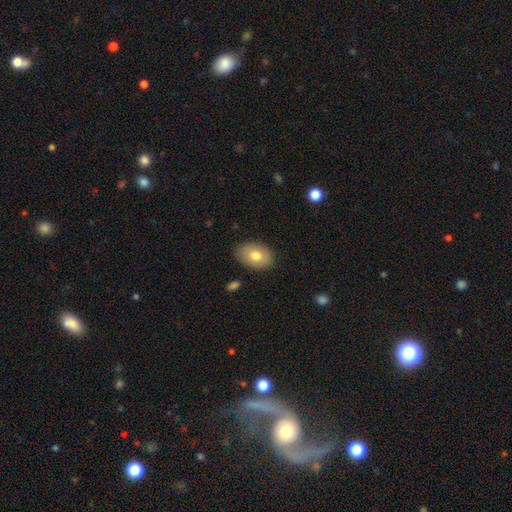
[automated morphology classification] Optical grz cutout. It shows a smooth galaxy with no disk features (78%) that is in between round and cigar-shaped (86%). Merging: none (86%).